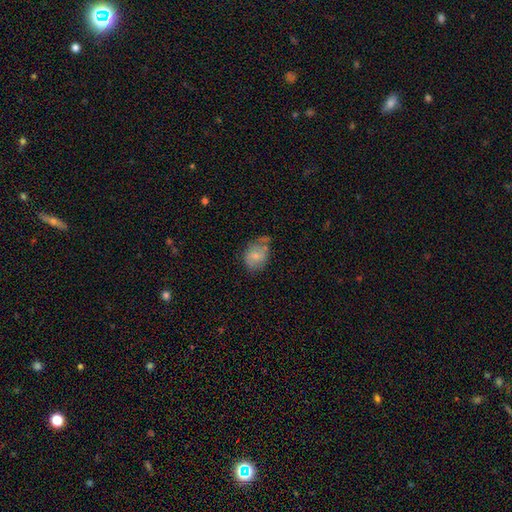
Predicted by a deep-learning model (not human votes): smooth-or-featured: smooth: 65% | featured or disk: 27% | star or artifact: 8%
  how-rounded: in between: 61% | round: 38% | cigar-shaped: 1%
  merging: none: 44% | minor disturbance: 31% | major disturbance: 13% | merger: 12%